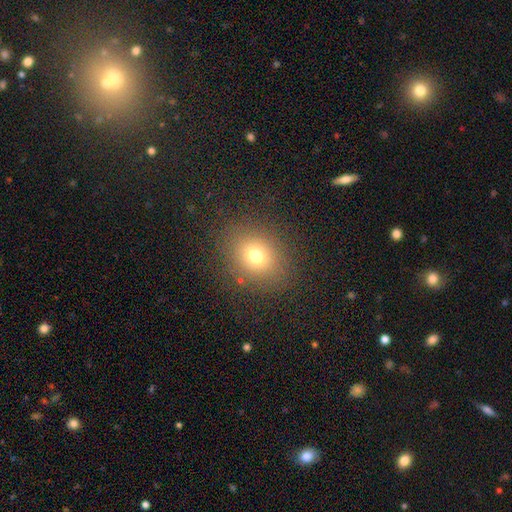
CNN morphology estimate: smooth_or_featured: smooth (p=0.72) [alt: star or artifact p=0.17]
how_rounded: round (p=0.61) [alt: in between p=0.38]
merging: none (p=0.85) [alt: minor disturbance p=0.09]